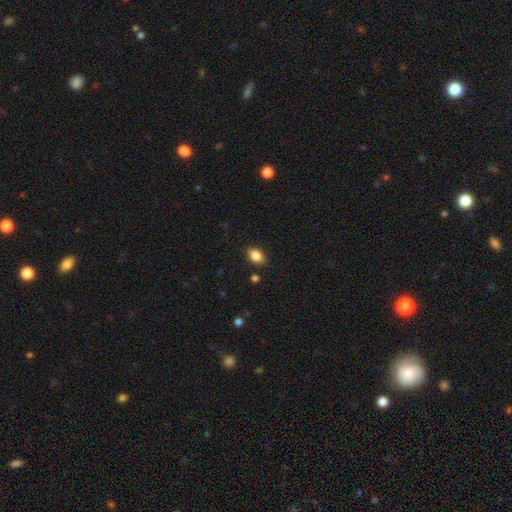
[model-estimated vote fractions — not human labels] smooth-or-featured: smooth: 85% | star or artifact: 9% | featured or disk: 7%
  how-rounded: in between: 85% | round: 13% | cigar-shaped: 2%
  merging: none: 84% | minor disturbance: 12% | major disturbance: 2% | merger: 2%